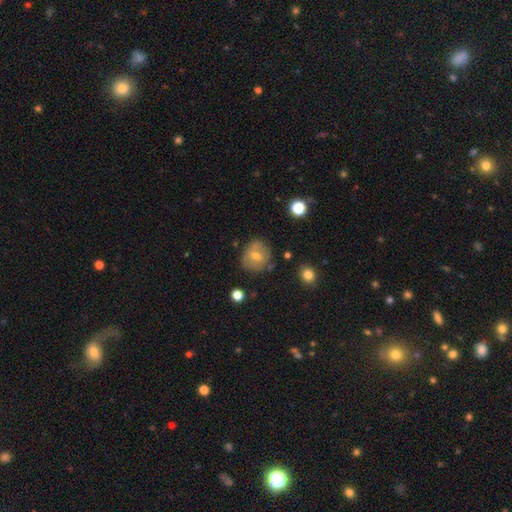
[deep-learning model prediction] Smooth or featured? Predicted: smooth (p=0.53). How rounded? Predicted: round (p=0.75). Merging? Predicted: none (p=0.72).